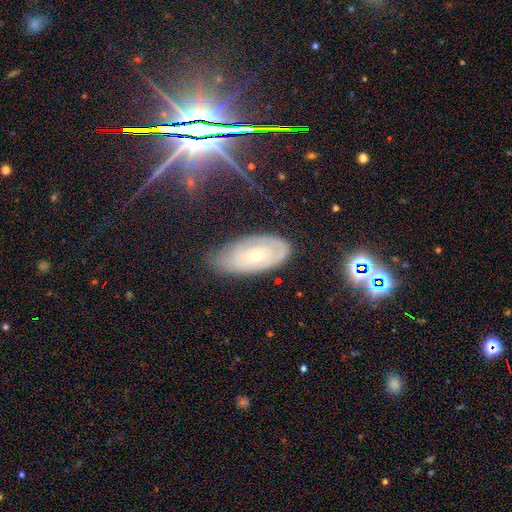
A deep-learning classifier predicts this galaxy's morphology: Overall: featured or disk (53%; smooth 35%). Edge-on disk: no (88%). Merging: none (68%).